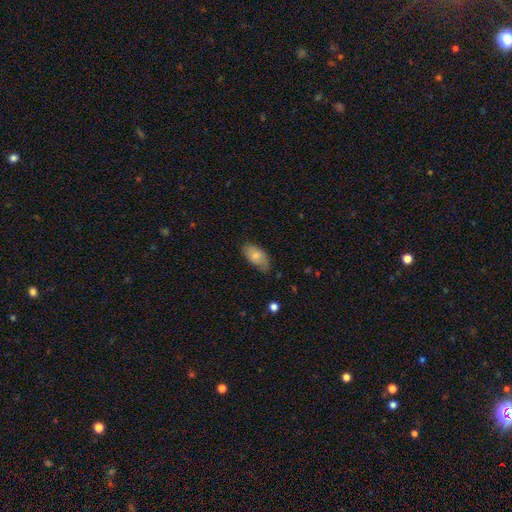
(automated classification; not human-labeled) This appears to be a smooth galaxy with no disk features (74%) that is in between round and cigar-shaped (93%). Merging: none (67%).